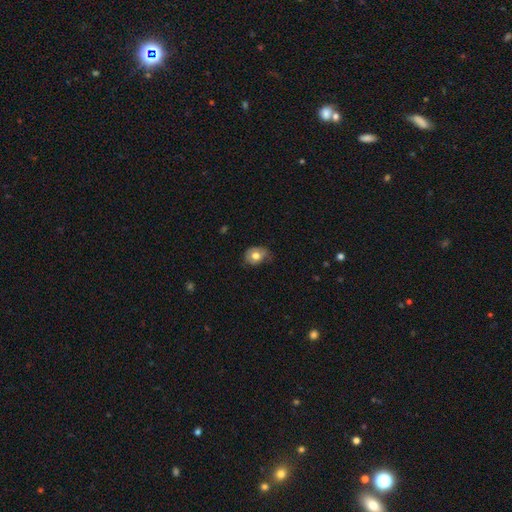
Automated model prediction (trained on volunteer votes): Overall: smooth (70%). How rounded: in between (58%; round 41%). Merging: none (58%; minor disturbance 33%).